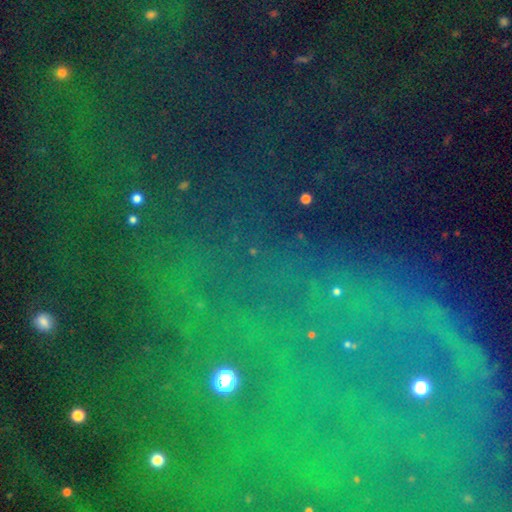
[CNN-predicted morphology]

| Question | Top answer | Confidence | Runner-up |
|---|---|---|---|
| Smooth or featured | star or artifact | 78% | featured or disk (11%) |